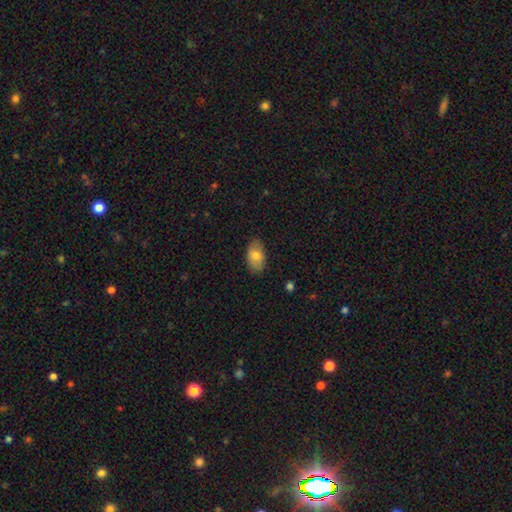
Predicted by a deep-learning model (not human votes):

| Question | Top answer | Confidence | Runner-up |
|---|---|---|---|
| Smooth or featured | smooth | 79% | featured or disk (14%) |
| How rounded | in between | 92% | round (6%) |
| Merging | none | 82% | minor disturbance (14%) |